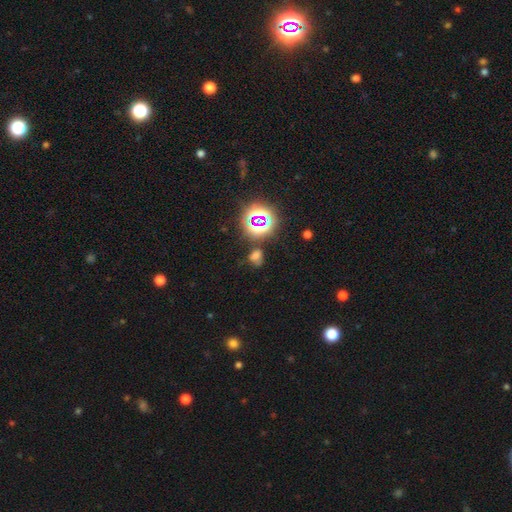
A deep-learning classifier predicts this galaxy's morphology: type=smooth (48%); merging=none (60%).